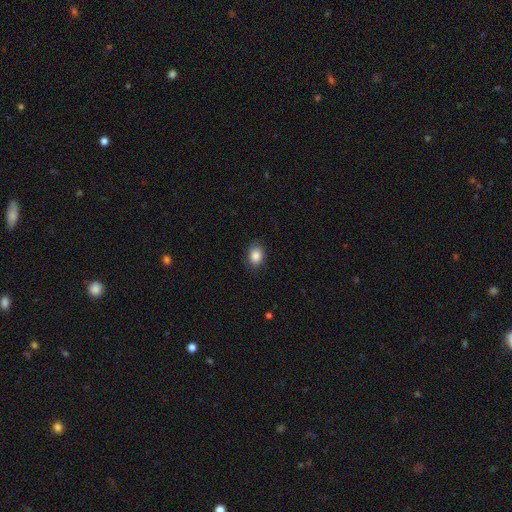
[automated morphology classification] Smooth or featured? Predicted: smooth (p=0.87). How rounded? Predicted: in between (p=0.67). Merging? Predicted: none (p=0.83).